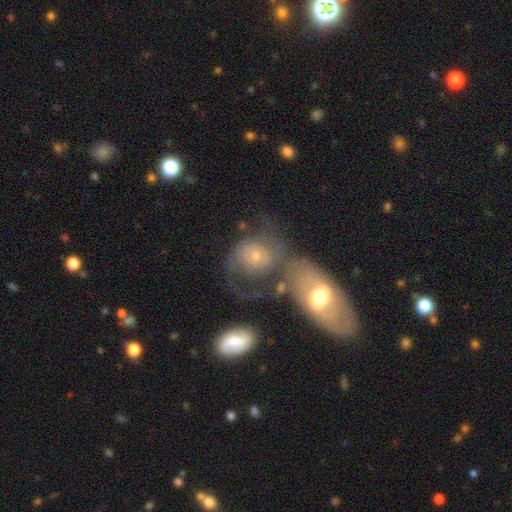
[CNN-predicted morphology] Smooth or featured? featured or disk (53%)
Edge-on disk? no (94%)
Merging? merger (39%)